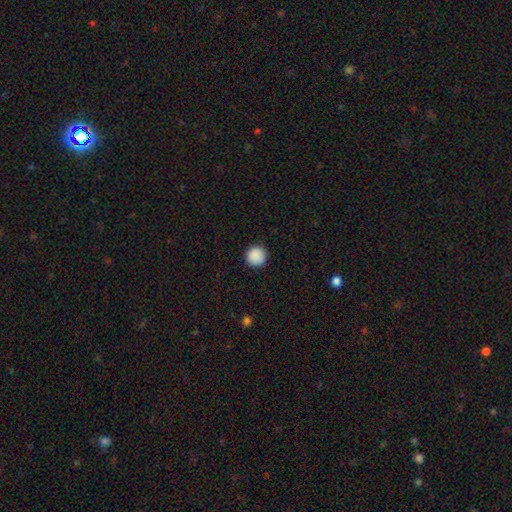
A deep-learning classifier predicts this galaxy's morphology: This appears to be a smooth galaxy with no disk features (90%) that is round (96%). Merging: none (93%).